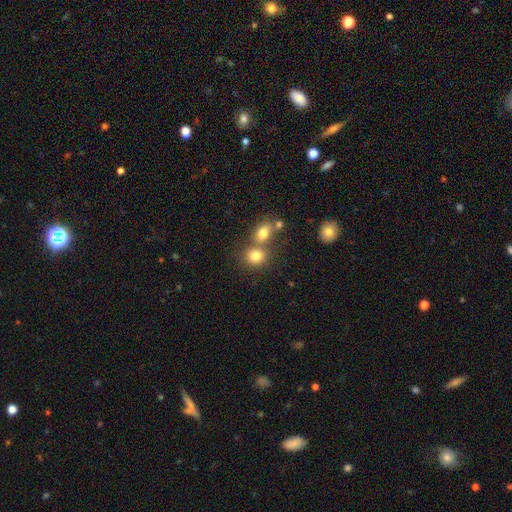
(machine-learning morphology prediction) smooth 80%, star or artifact 12%, featured or disk 9%. Down the decision tree: how rounded — round (74%); merging — none (50%).